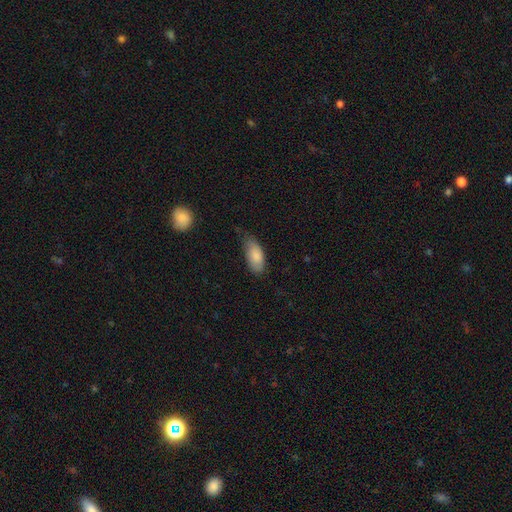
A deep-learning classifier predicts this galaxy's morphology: A smooth galaxy with no disk features (85%) that is in between round and cigar-shaped (89%).

Vote fractions:
- Smooth or featured? smooth: 85% / featured or disk: 9% / star or artifact: 6%
- How rounded? in between: 89% / cigar-shaped: 9% / round: 2%
- Merging? none: 54% / minor disturbance: 36% / major disturbance: 8% / merger: 2%